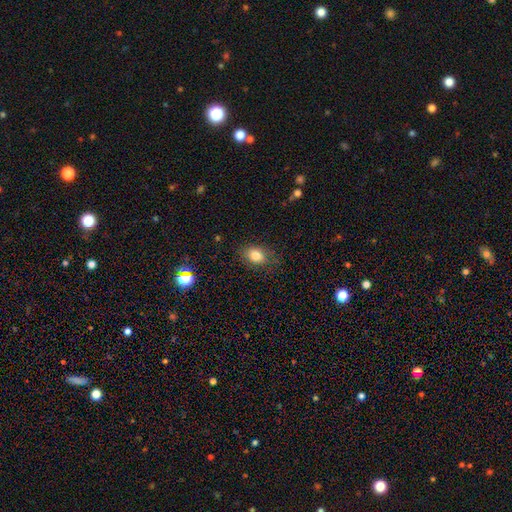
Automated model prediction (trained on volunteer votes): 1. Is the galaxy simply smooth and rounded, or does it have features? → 81% smooth, 11% star or artifact, 8% featured or disk.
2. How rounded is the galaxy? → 70% in between, 28% round, 1% cigar-shaped.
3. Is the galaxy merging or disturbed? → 78% none, 16% minor disturbance, 4% major disturbance, 1% merger.